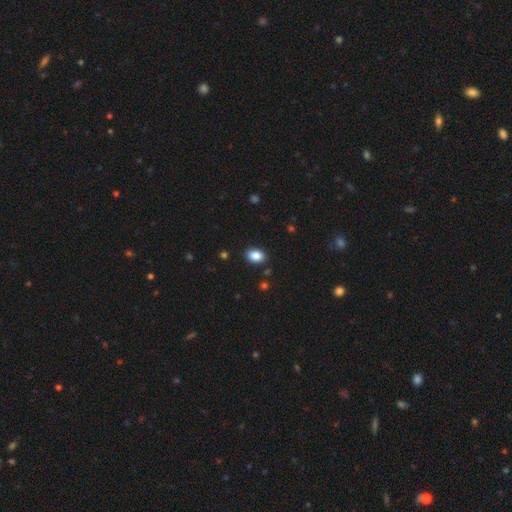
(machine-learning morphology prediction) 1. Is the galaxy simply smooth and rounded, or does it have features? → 87% smooth, 8% star or artifact, 4% featured or disk.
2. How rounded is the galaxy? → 82% in between, 17% round, 1% cigar-shaped.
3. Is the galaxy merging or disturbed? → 89% none, 8% minor disturbance, 2% major disturbance, 1% merger.